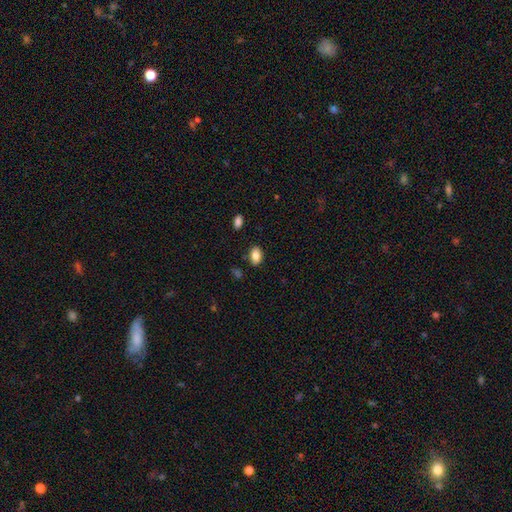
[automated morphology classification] Smooth or featured? smooth (85%)
How rounded? in between (88%)
Merging? none (84%)